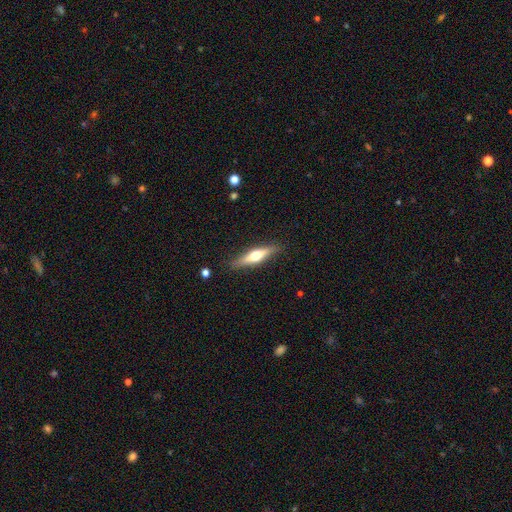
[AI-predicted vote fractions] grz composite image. It shows a featured or disk galaxy (54%) viewed edge-on (93%) with a rounded central bulge (93%). Merging: none (88%).